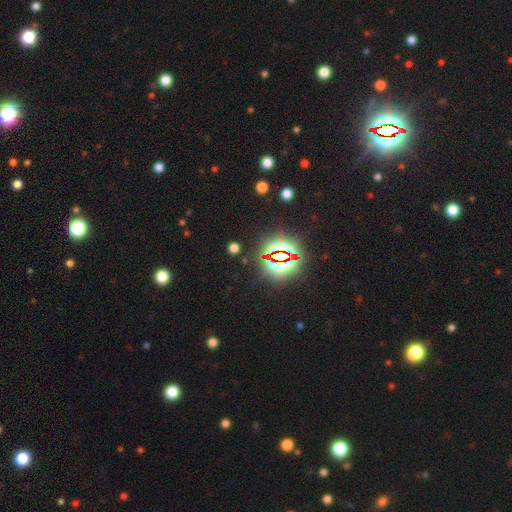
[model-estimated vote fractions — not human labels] This is clearly a star or artifact rather than a galaxy (84%).